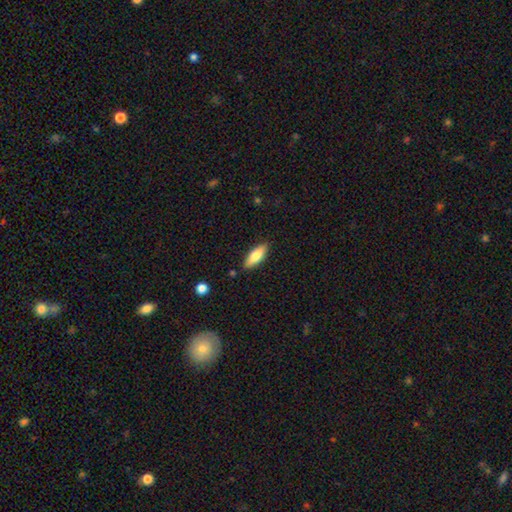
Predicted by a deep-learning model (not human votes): The model was most divided on "how rounded": in between: 65%, cigar-shaped: 33%, round: 2%. More confident: merging — none (86%); smooth or featured — smooth (74%).